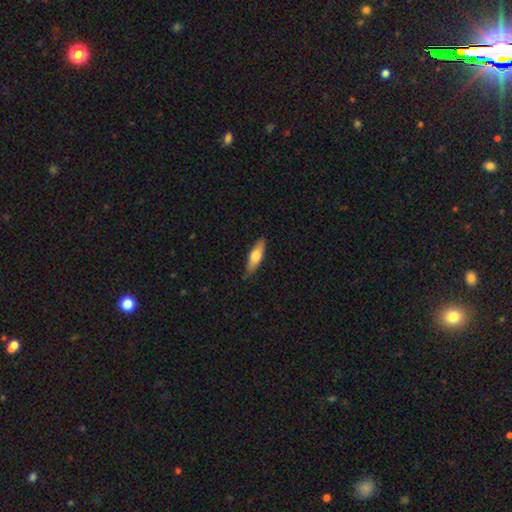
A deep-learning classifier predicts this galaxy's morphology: This appears to be a smooth galaxy with no disk features (63%) that is cigar-shaped (54%). Merging: none (83%).